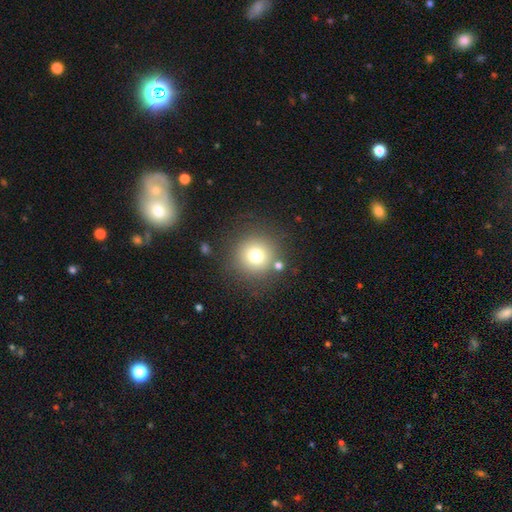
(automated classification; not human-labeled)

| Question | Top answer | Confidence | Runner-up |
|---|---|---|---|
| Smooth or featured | smooth | 76% | star or artifact (14%) |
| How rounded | round | 95% | in between (4%) |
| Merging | none | 81% | minor disturbance (9%) |